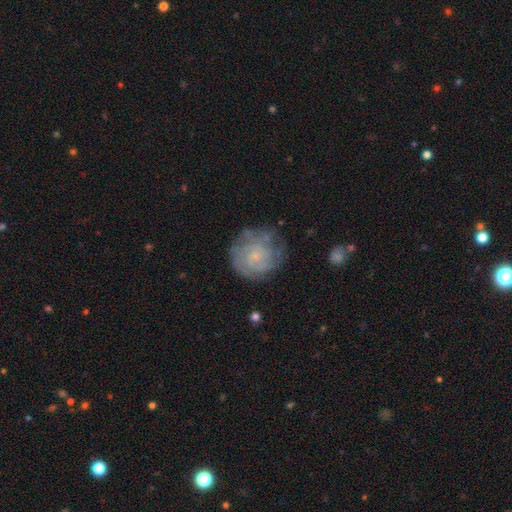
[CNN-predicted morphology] A featured or disk galaxy (71%) with no bar (74%), tight (69%) spiral arms (89%) and a small central bulge (70%). Merging: none (71%).